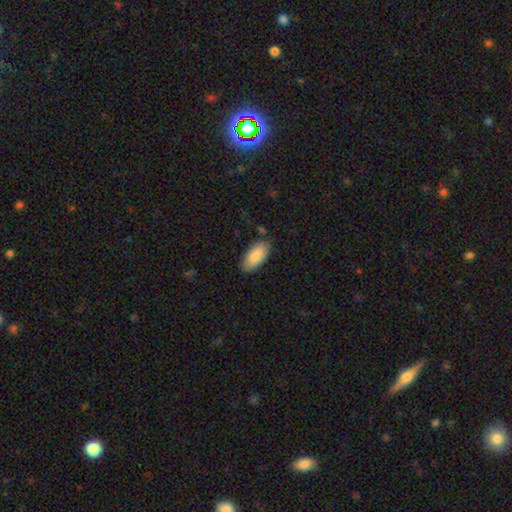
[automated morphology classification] Smooth or featured?
  - smooth: 86% *
  - featured or disk: 8%
  - star or artifact: 6%
How rounded?
  - in between: 92% *
  - cigar-shaped: 7%
  - round: 2%
Merging?
  - none: 82% *
  - minor disturbance: 13%
  - major disturbance: 3%
  - merger: 2%